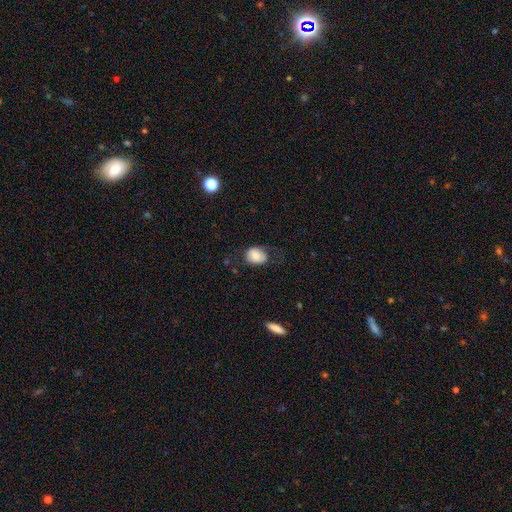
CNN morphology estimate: smooth-or-featured: smooth: 74% | featured or disk: 18% | star or artifact: 8%
  how-rounded: in between: 65% | round: 34% | cigar-shaped: 1%
  merging: none: 51% | minor disturbance: 26% | major disturbance: 20% | merger: 2%